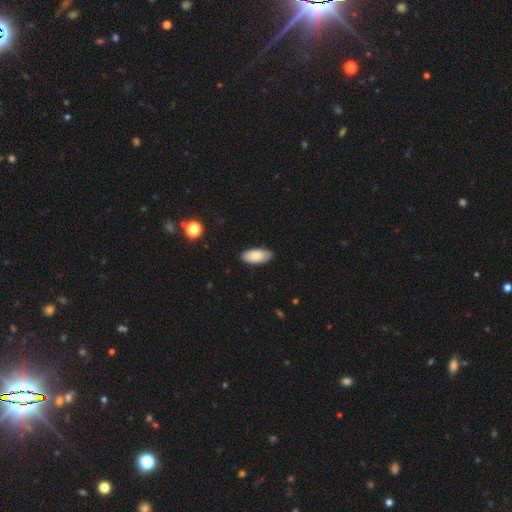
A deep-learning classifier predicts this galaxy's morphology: A smooth galaxy with no disk features (82%) that is in between round and cigar-shaped (92%). Merging: none (86%).